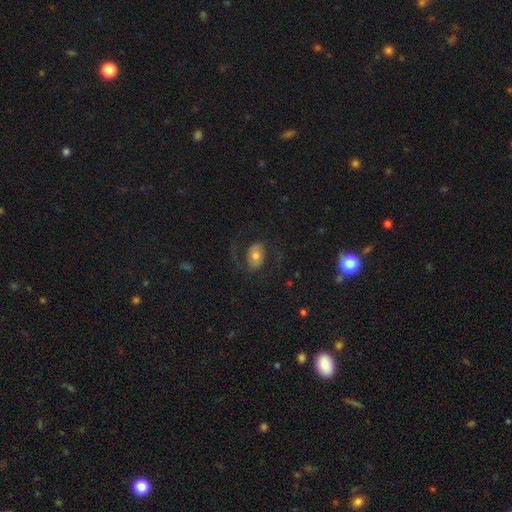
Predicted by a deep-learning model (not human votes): Morphology: type=featured or disk (47%); merging=none (67%).